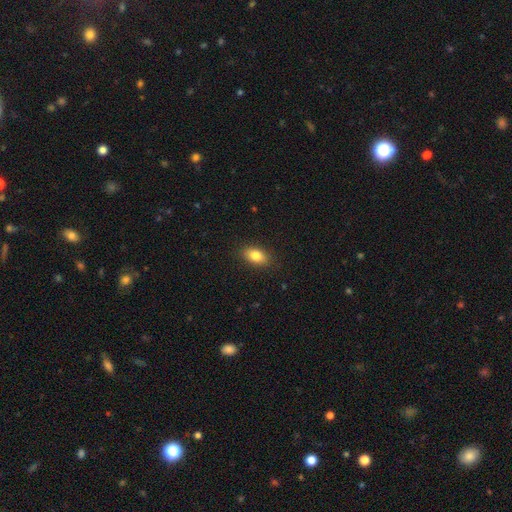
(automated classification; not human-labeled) Smooth or featured? Predicted: smooth (p=0.83). How rounded? Predicted: in between (p=0.88). Merging? Predicted: none (p=0.88).